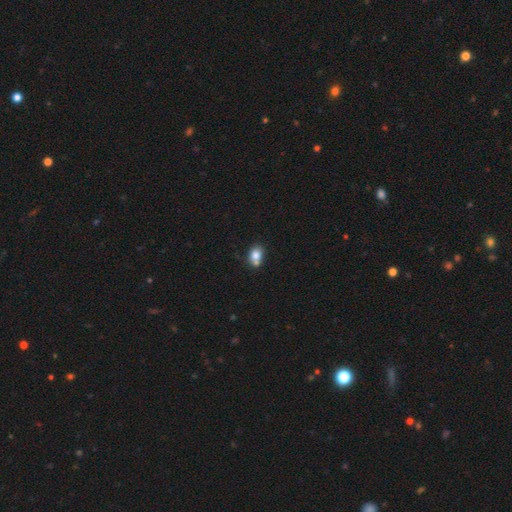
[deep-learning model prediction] Morphology: type=smooth (79%); roundness=in between (56%); merging=none (48%).